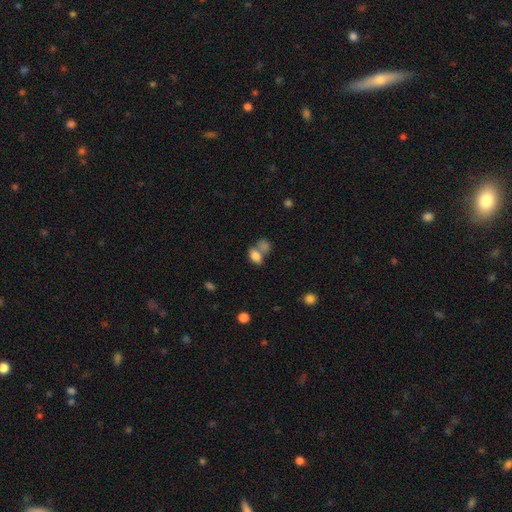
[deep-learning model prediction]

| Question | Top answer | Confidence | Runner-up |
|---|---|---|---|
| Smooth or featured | smooth | 80% | featured or disk (10%) |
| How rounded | in between | 83% | round (15%) |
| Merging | merger | 48% | none (33%) |